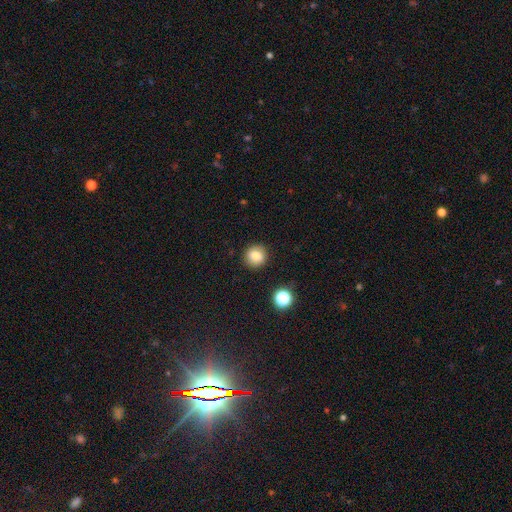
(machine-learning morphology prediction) A smooth galaxy with no disk features (81%) that is round (86%). Merging: none (89%).